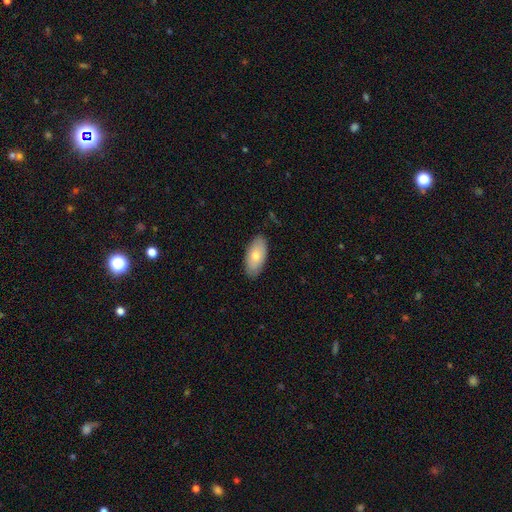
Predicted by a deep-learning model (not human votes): smooth_or_featured: smooth (p=0.70) [alt: featured or disk p=0.23]
how_rounded: in between (p=0.92) [alt: cigar-shaped p=0.05]
merging: none (p=0.86) [alt: minor disturbance p=0.11]